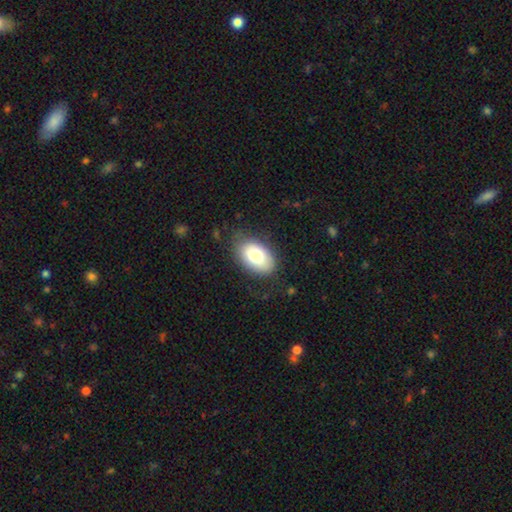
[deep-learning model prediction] A smooth galaxy with no disk features (77%) that is in between round and cigar-shaped (91%).

Vote fractions:
- Smooth or featured? smooth: 77% / featured or disk: 16% / star or artifact: 7%
- How rounded? in between: 91% / round: 7% / cigar-shaped: 1%
- Merging? none: 76% / minor disturbance: 17% / major disturbance: 5% / merger: 1%